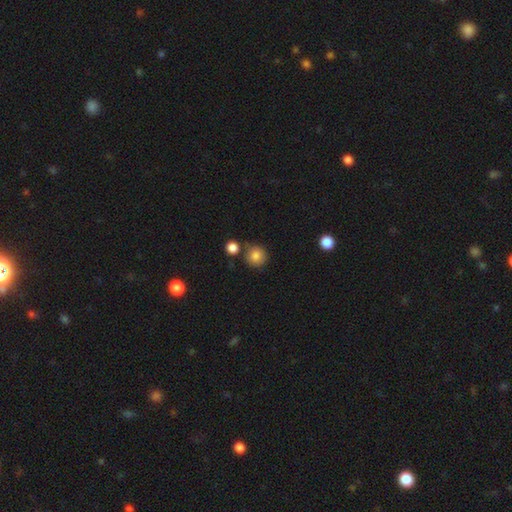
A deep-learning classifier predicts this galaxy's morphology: Smooth or featured?
  - smooth: 83% *
  - star or artifact: 10%
  - featured or disk: 7%
How rounded?
  - round: 91% *
  - in between: 8%
  - cigar-shaped: 1%
Merging?
  - none: 73% *
  - minor disturbance: 12%
  - merger: 12%
  - major disturbance: 3%